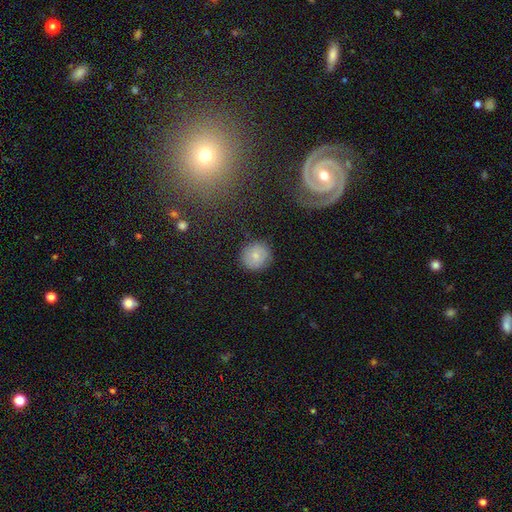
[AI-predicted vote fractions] Smooth or featured? Predicted: smooth (p=0.74). How rounded? Predicted: round (p=0.90). Merging? Predicted: none (p=0.84).